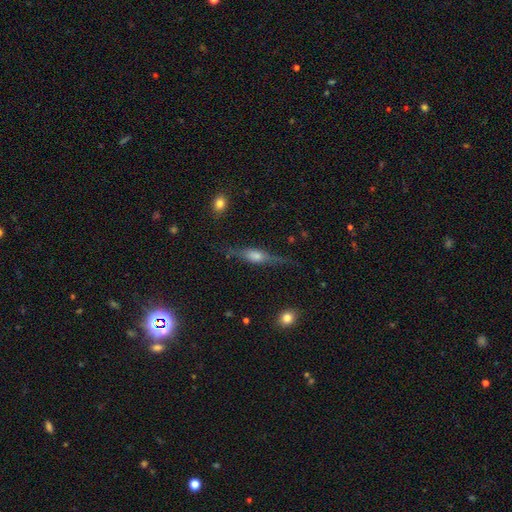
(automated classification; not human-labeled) Smooth or featured: featured or disk — 69% (smooth — 23%)
Edge-on disk: yes — 94% (no — 6%)
Edge-on bulge: rounded — 79% (boxy — 16%)
Merging: none — 77% (minor disturbance — 15%)